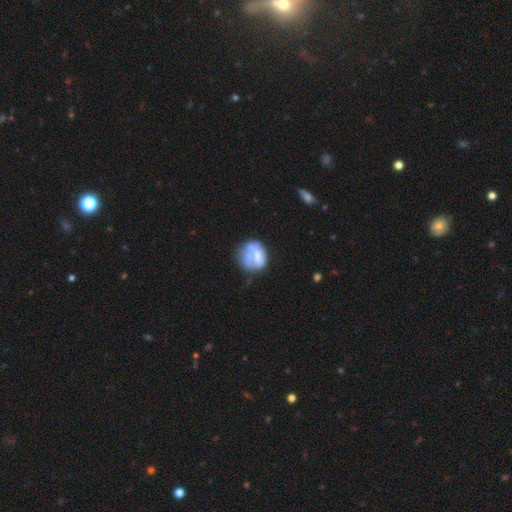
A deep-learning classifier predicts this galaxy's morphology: A smooth galaxy with no disk features (48%). Merging: none (39%).